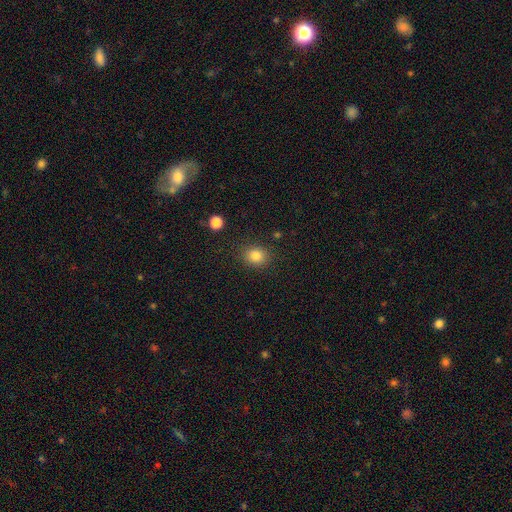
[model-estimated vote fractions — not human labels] Smooth or featured? Predicted: smooth (p=0.84). How rounded? Predicted: round (p=0.68). Merging? Predicted: none (p=0.86).